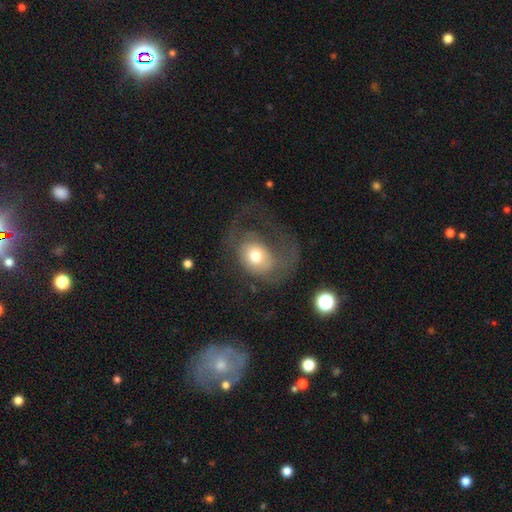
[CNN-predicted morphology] Overall: smooth (46%, tied with featured or disk). Merging: major disturbance (52%; none 29%).